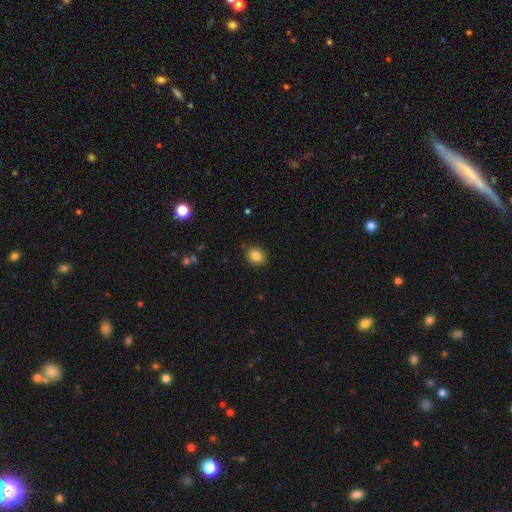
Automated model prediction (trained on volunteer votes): This appears to be a smooth galaxy with no disk features (85%) that is round (61%). Merging: none (87%).